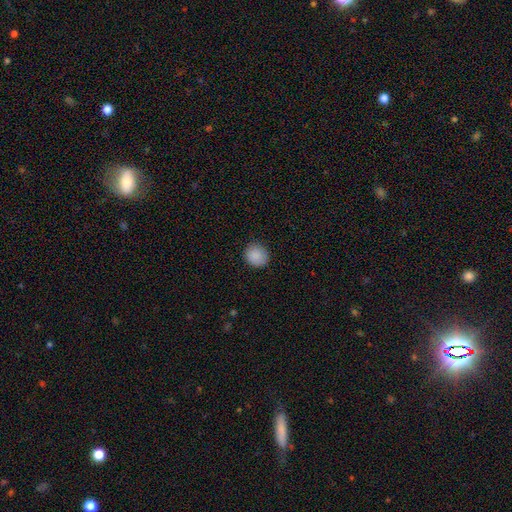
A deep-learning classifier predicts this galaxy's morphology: Smooth or featured? smooth (88%)
How rounded? round (85%)
Merging? none (88%)